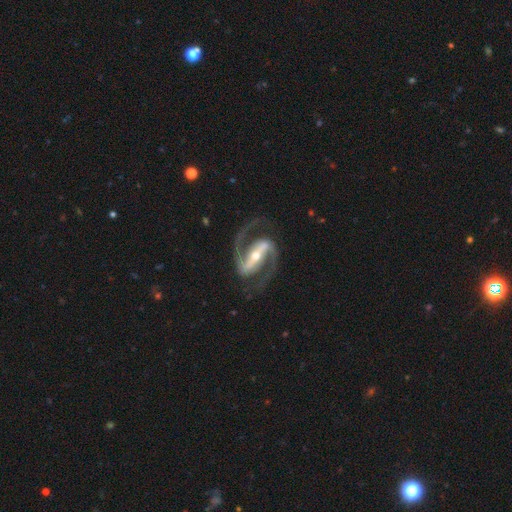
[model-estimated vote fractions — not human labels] Q: Smooth or featured?
A: featured or disk (94%); runner-up: star or artifact (4%)
Q: Edge-on disk?
A: no (96%); runner-up: yes (4%)
Q: Bar?
A: strong (76%); runner-up: weak (17%)
Q: Spiral arms?
A: yes (98%); runner-up: no (2%)
Q: Spiral winding?
A: medium (63%); runner-up: tight (19%)
Q: Spiral arm count?
A: 2 (94%); runner-up: can't tell (1%)
Q: Bulge size?
A: moderate (55%); runner-up: small (39%)
Q: Merging?
A: none (81%); runner-up: minor disturbance (11%)